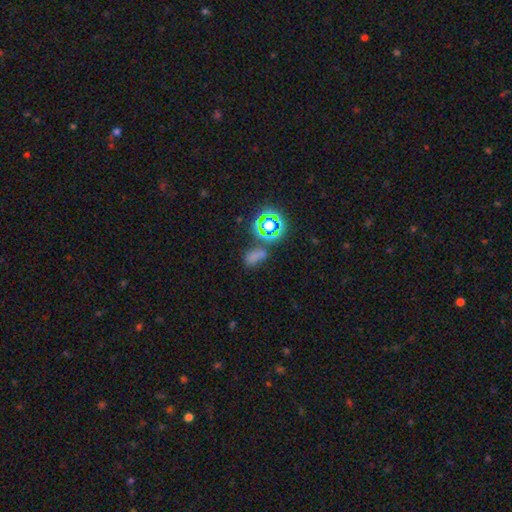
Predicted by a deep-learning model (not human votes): This is possibly a smooth galaxy (56%). How rounded: likely in between (73%). Merging: possibly none (50%).